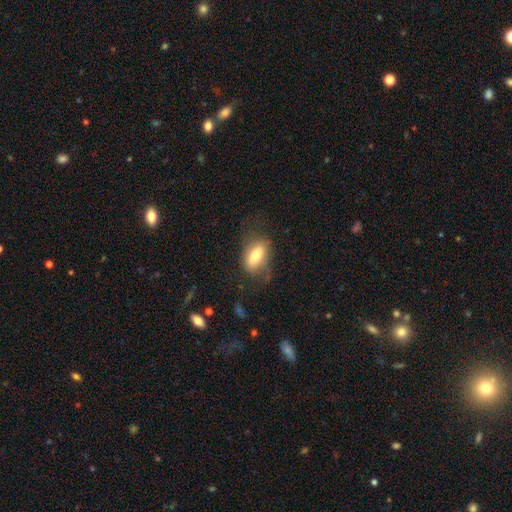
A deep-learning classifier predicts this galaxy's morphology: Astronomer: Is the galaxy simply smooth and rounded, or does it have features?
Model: smooth — 66%.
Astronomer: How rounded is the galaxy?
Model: in between — 87%.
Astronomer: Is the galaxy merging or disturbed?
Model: none — 62%.